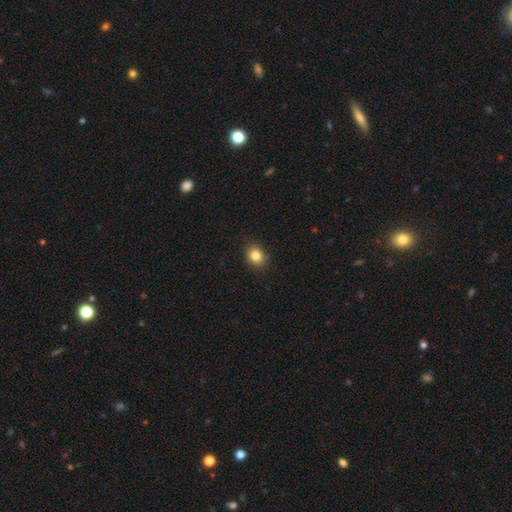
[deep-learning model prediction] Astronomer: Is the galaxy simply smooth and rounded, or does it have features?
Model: smooth — 84%.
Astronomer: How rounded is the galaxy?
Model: round — 61% (runner-up: in between, 38%).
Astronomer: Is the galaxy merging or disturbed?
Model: none — 87%.